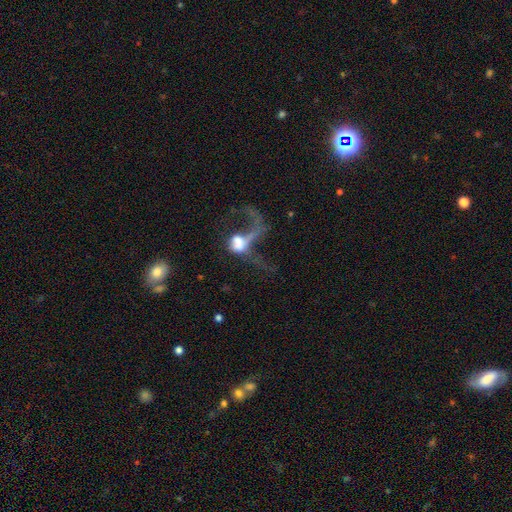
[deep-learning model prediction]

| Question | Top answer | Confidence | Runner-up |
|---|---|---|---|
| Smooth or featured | featured or disk | 61% | star or artifact (21%) |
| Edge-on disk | no | 93% | yes (7%) |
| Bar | no | 67% | weak (24%) |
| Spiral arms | yes | 75% | no (25%) |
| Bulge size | moderate | 44% | large (23%) |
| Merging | major disturbance | 40% | none (30%) |